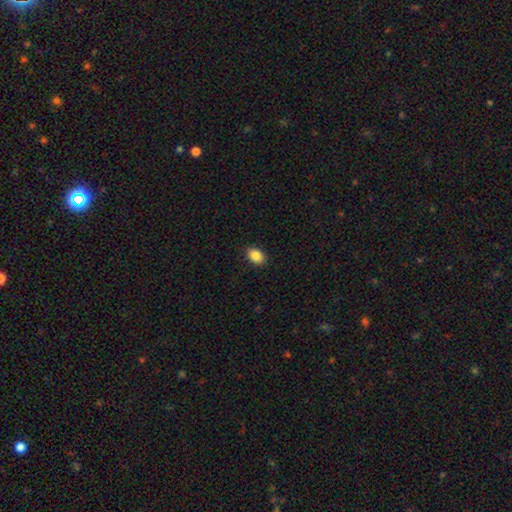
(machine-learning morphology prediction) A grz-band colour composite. It shows a smooth galaxy with no disk features (88%) that is in between round and cigar-shaped (80%). Merging: none (89%).